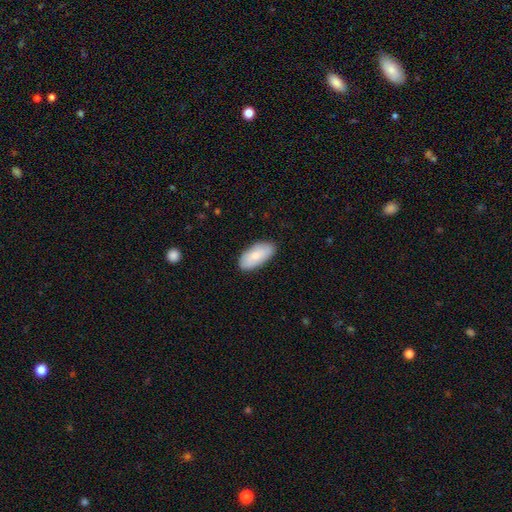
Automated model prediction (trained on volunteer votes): A smooth galaxy with no disk features (81%) that is in between round and cigar-shaped (93%). Merging: none (85%).